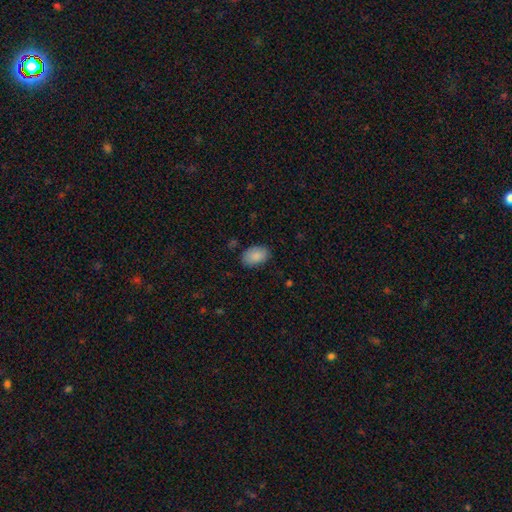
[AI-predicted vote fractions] Overall: smooth (88%). How rounded: in between (90%). Merging: none (83%).